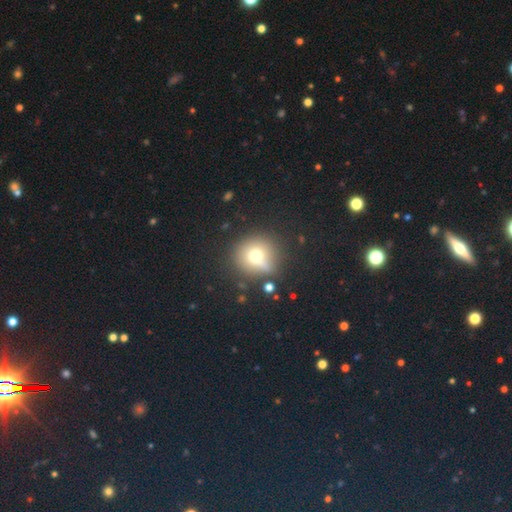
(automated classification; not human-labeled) The model was most divided on "smooth or featured": smooth: 66%, featured or disk: 17%, star or artifact: 17%. More confident: how rounded — round (90%); merging — none (73%).